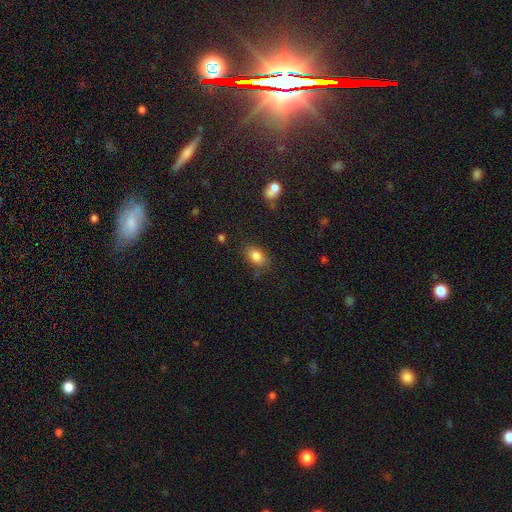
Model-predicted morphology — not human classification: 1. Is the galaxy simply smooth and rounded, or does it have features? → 83% smooth, 9% star or artifact, 7% featured or disk.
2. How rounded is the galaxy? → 85% in between, 13% round, 2% cigar-shaped.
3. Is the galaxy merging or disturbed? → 80% none, 14% minor disturbance, 4% major disturbance, 2% merger.